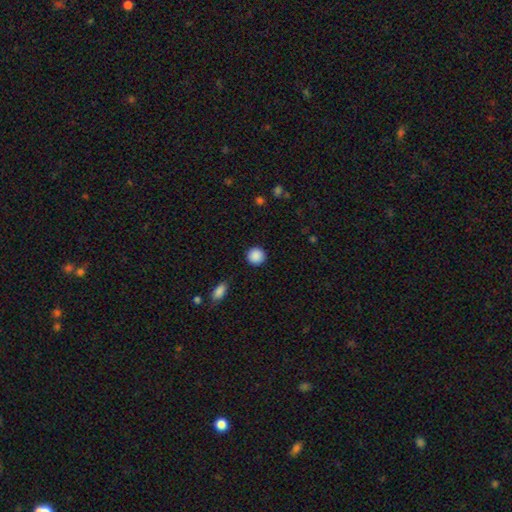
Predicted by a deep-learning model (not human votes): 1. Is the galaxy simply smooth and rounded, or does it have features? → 89% smooth, 8% star or artifact, 3% featured or disk.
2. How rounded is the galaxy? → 94% round, 5% in between, 1% cigar-shaped.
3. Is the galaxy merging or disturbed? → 91% none, 5% minor disturbance, 2% major disturbance, 1% merger.